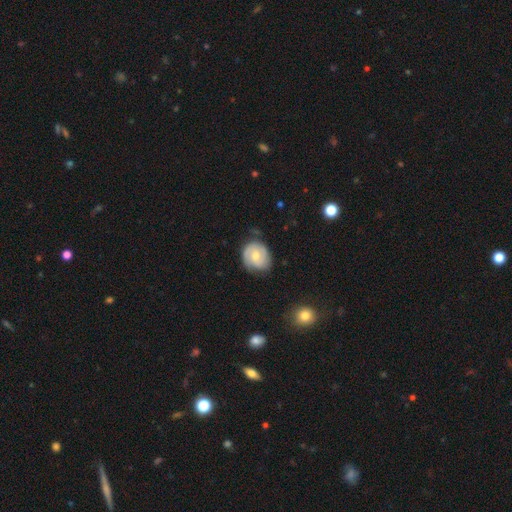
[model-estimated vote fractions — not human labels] Morphology: type=featured or disk (61%); edge-on=no (97%); bar=no (60%); spiral arms=yes (86%); winding=tight (53%); arm count=2 (65%); bulge=moderate (59%); merging=none (70%).